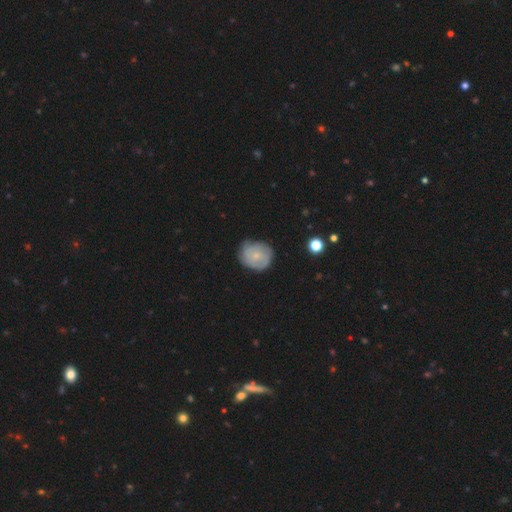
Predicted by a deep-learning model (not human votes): Smooth or featured?
  - smooth: 52% *
  - featured or disk: 41%
  - star or artifact: 7%
How rounded?
  - round: 77% *
  - in between: 22%
  - cigar-shaped: 1%
Merging?
  - none: 67% *
  - minor disturbance: 26%
  - major disturbance: 6%
  - merger: 2%